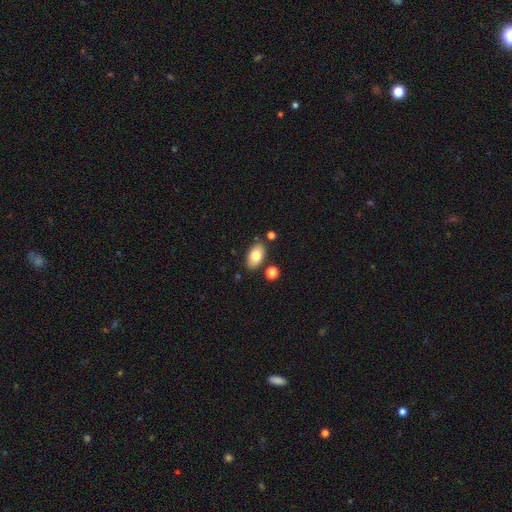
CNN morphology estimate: smooth_or_featured: smooth (p=0.79) [alt: featured or disk p=0.13]
how_rounded: in between (p=0.94) [alt: round p=0.04]
merging: none (p=0.81) [alt: minor disturbance p=0.11]